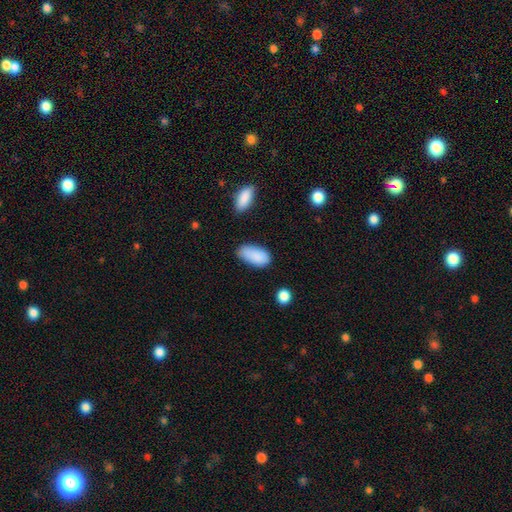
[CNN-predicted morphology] This appears to be a smooth galaxy with no disk features (88%) that is in between round and cigar-shaped (93%). Merging: none (67%).